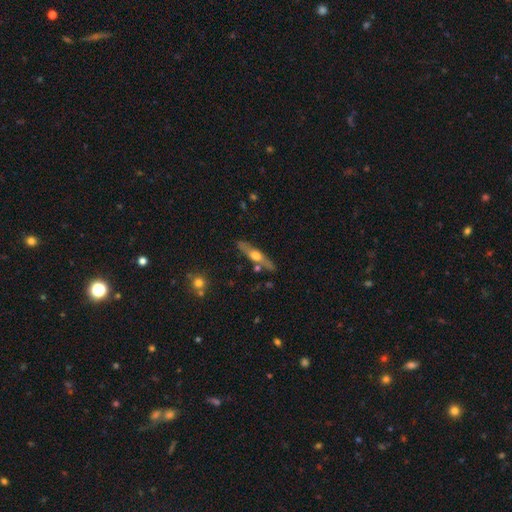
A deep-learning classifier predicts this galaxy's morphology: Overall: featured or disk (59%; smooth 35%). Edge-on disk: yes (87%). Edge-on bulge: rounded (92%). Merging: none (79%).